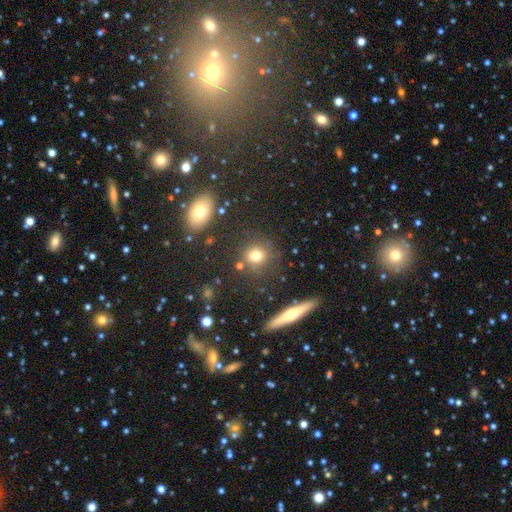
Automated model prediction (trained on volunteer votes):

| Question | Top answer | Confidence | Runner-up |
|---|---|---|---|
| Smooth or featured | smooth | 72% | star or artifact (16%) |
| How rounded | round | 83% | in between (15%) |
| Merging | none | 80% | minor disturbance (10%) |